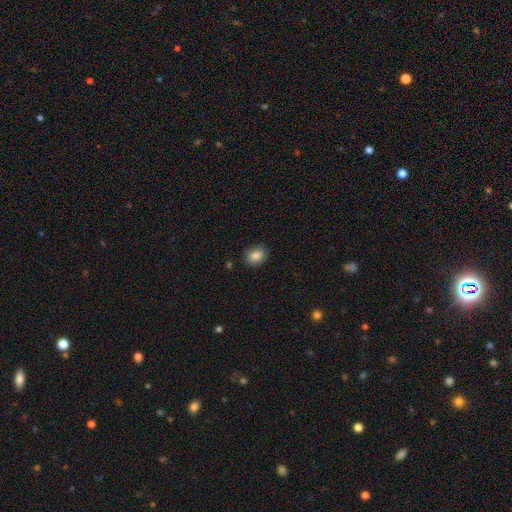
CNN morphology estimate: This is clearly a smooth galaxy (86%). How rounded: possibly round (51%). Merging: clearly none (85%).